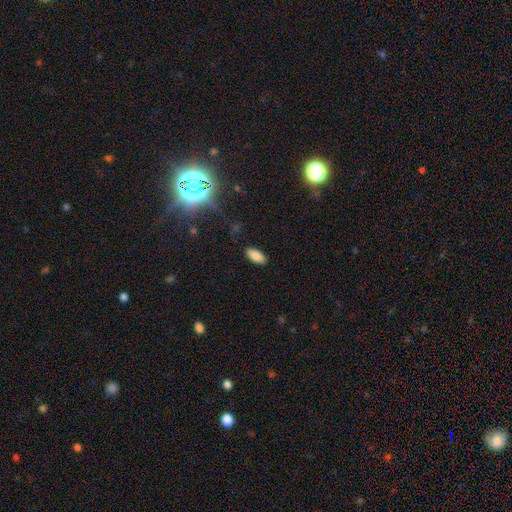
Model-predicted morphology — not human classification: smooth 82%, star or artifact 10%, featured or disk 8%. Down the decision tree: how rounded — in between (87%); merging — none (88%).